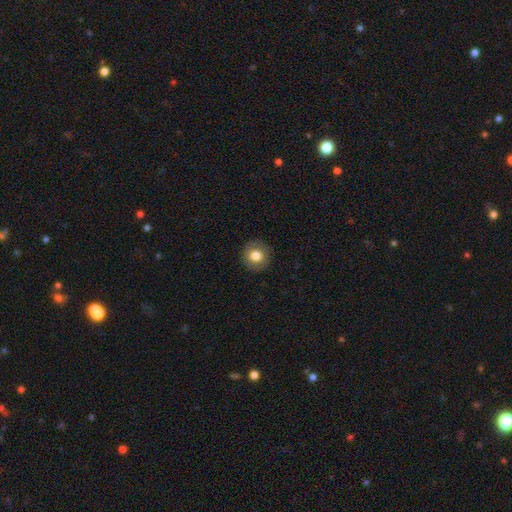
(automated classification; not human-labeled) Morphology: type=smooth (80%); roundness=round (93%); merging=none (91%).